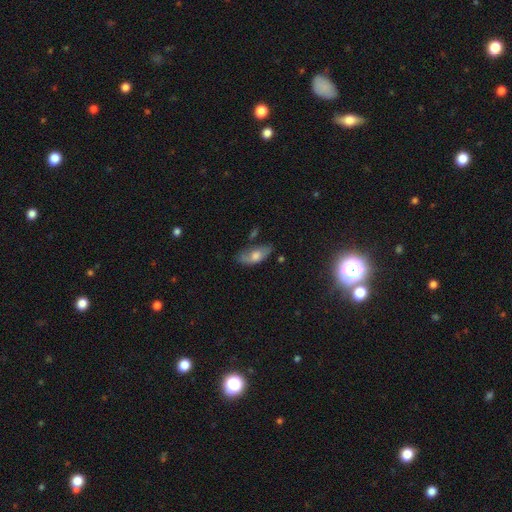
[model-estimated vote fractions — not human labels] Overall: smooth (63%; featured or disk 29%). How rounded: in between (84%). Merging: none (55%; minor disturbance 29%).